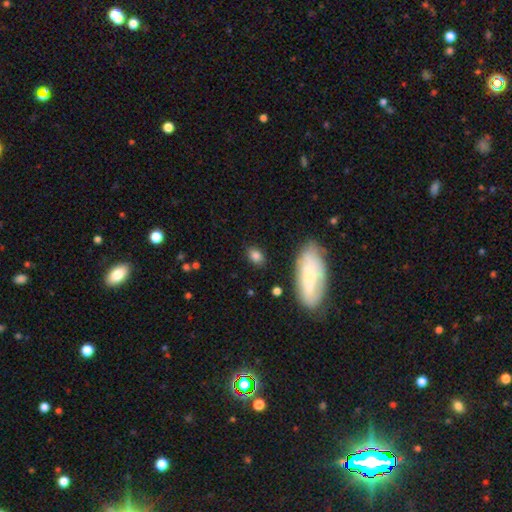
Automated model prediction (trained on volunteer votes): Morphology: type=smooth (81%); roundness=in between (73%); merging=none (79%).